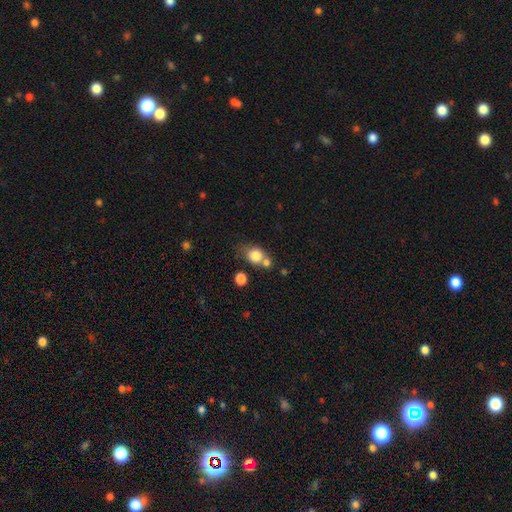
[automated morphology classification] Smooth or featured? smooth (79%)
How rounded? round (58%)
Merging? none (46%)